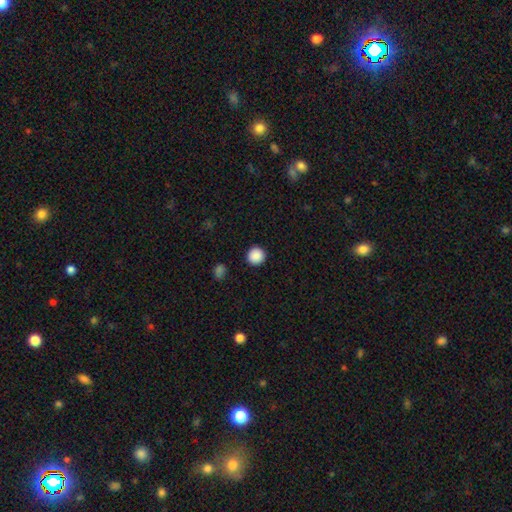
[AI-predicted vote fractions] Q: Smooth or featured?
A: smooth (89%); runner-up: star or artifact (9%)
Q: How rounded?
A: round (95%); runner-up: in between (4%)
Q: Merging?
A: none (93%); runner-up: minor disturbance (4%)